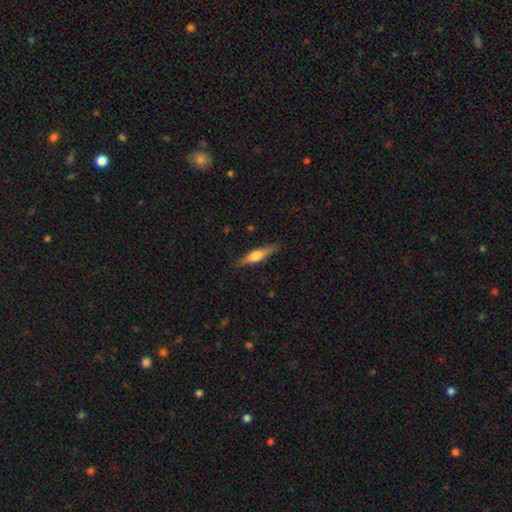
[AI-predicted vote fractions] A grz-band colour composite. It shows a featured or disk galaxy (56%) viewed edge-on (96%) with a rounded central bulge (89%). Merging: none (87%).